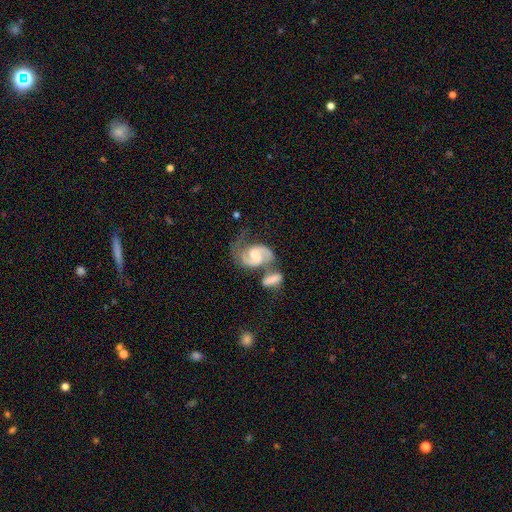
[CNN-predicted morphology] type=featured or disk (86%); edge-on=no (98%); bar=weak (49%); spiral arms=yes (97%); winding=medium (56%); arm count=2 (90%); bulge=moderate (38%); merging=merger (46%).